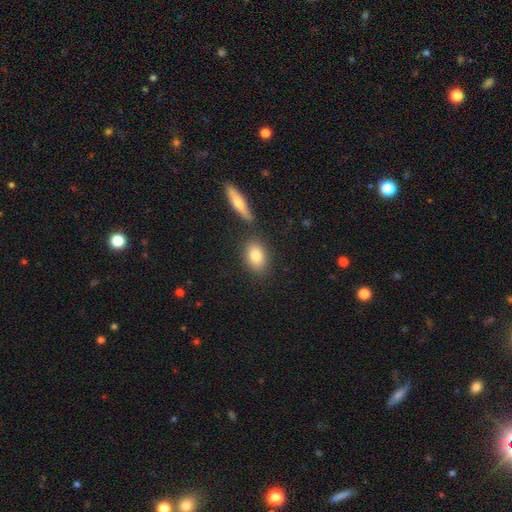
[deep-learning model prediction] Smooth or featured? smooth (80%)
How rounded? in between (80%)
Merging? none (77%)